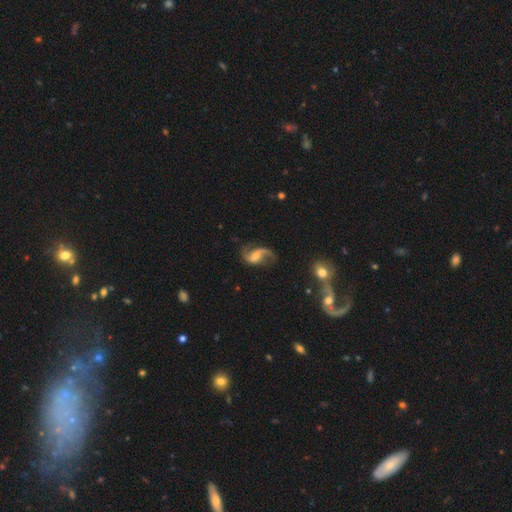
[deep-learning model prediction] This is clearly a featured or disk galaxy (85%). It is clearly not viewed edge-on (98%). Bar: possibly weak (47%). Spiral arm pattern: clearly yes (96%). Spiral arm count: clearly 2 (85%). Spiral winding: likely loose (73%). Central bulge: marginally small (32%, tied with moderate). Merging: likely none (62%).